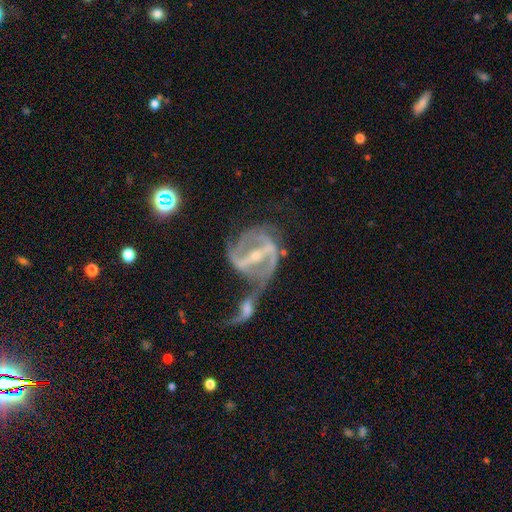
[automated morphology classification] A featured or disk galaxy (90%) with a strong bar (76%), 2 (81%) medium (44%) spiral arms (91%) and a small central bulge (68%).

Vote fractions:
- Smooth or featured? featured or disk: 90% / star or artifact: 6% / smooth: 4%
- Edge-on disk? no: 95% / yes: 5%
- Bar? strong: 76% / weak: 18% / no: 6%
- Spiral arms? yes: 91% / no: 9%
- Spiral winding? medium: 44% / loose: 30% / tight: 26%
- Spiral arm count? 2: 81% / can't tell: 8% / 1: 4% / 3: 4% / 4: 2% / more than 4: 2%
- Bulge size? small: 68% / moderate: 28% / none: 2% / large: 1% / dominant: 1%
- Merging? merger: 50% / major disturbance: 20% / none: 19% / minor disturbance: 11%